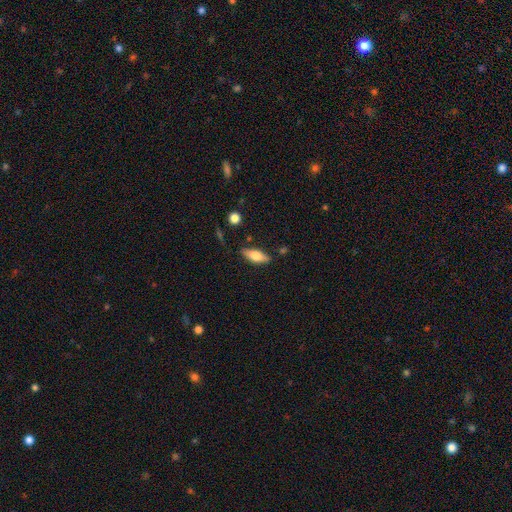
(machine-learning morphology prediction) Smooth or featured?
  - smooth: 66% *
  - featured or disk: 27%
  - star or artifact: 7%
How rounded?
  - in between: 70% *
  - cigar-shaped: 27%
  - round: 3%
Merging?
  - none: 80% *
  - minor disturbance: 14%
  - major disturbance: 3%
  - merger: 3%